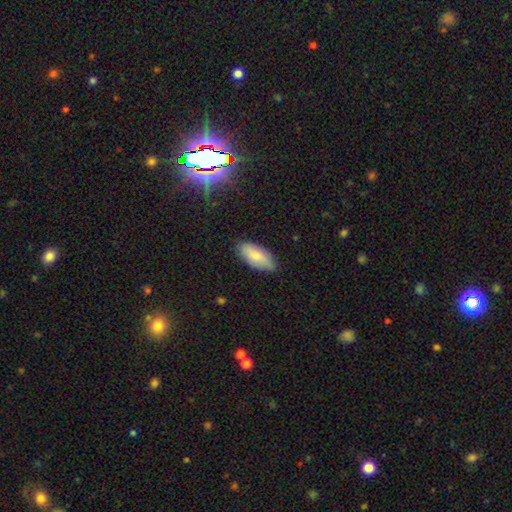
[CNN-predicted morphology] Smooth or featured?
  - smooth: 79% *
  - featured or disk: 15%
  - star or artifact: 6%
How rounded?
  - in between: 90% *
  - cigar-shaped: 8%
  - round: 2%
Merging?
  - none: 82% *
  - minor disturbance: 14%
  - major disturbance: 2%
  - merger: 1%